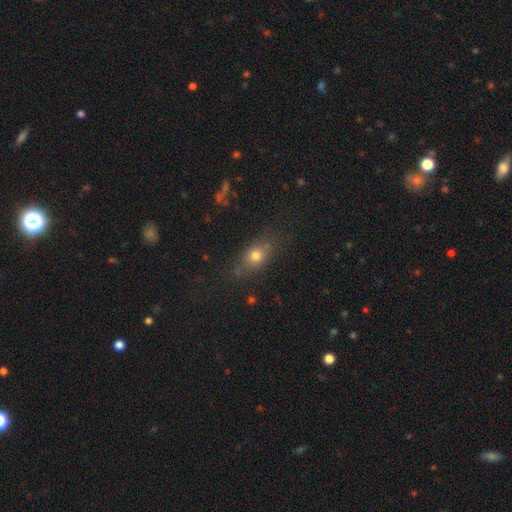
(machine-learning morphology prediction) Q: Smooth or featured?
A: smooth (72%); runner-up: featured or disk (15%)
Q: How rounded?
A: in between (64%); runner-up: round (27%)
Q: Merging?
A: none (74%); runner-up: minor disturbance (17%)